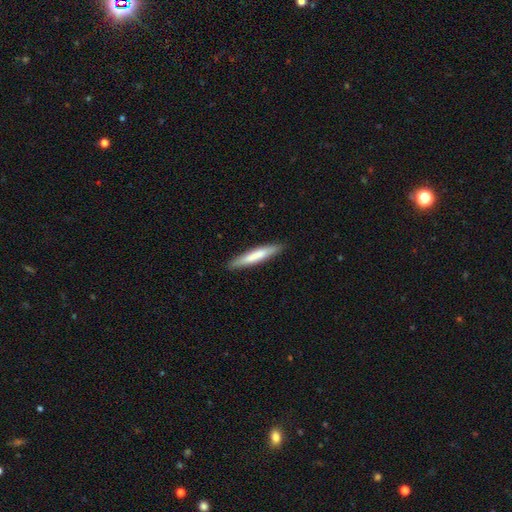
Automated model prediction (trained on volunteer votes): Smooth or featured?
  - smooth: 70% *
  - featured or disk: 25%
  - star or artifact: 5%
How rounded?
  - cigar-shaped: 92% *
  - in between: 7%
  - round: 1%
Merging?
  - none: 89% *
  - minor disturbance: 8%
  - major disturbance: 2%
  - merger: 1%